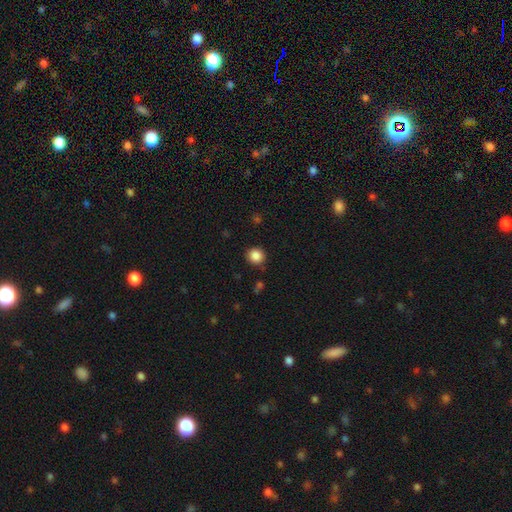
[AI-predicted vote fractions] Smooth or featured? Predicted: smooth (p=0.86). How rounded? Predicted: round (p=0.89). Merging? Predicted: none (p=0.88).